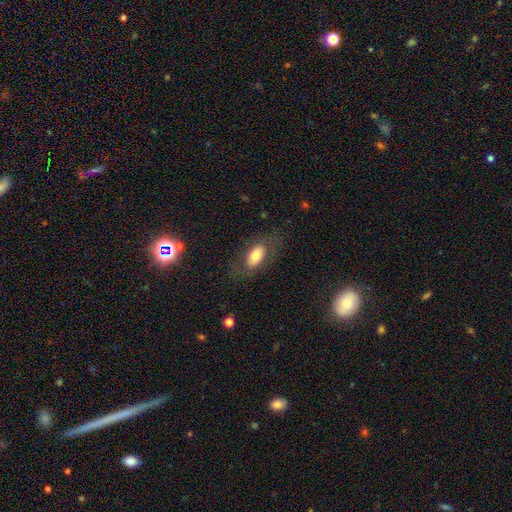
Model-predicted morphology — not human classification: smooth-or-featured: smooth: 71% | featured or disk: 22% | star or artifact: 7%
  how-rounded: in between: 90% | cigar-shaped: 6% | round: 4%
  merging: none: 77% | minor disturbance: 14% | major disturbance: 8% | merger: 1%